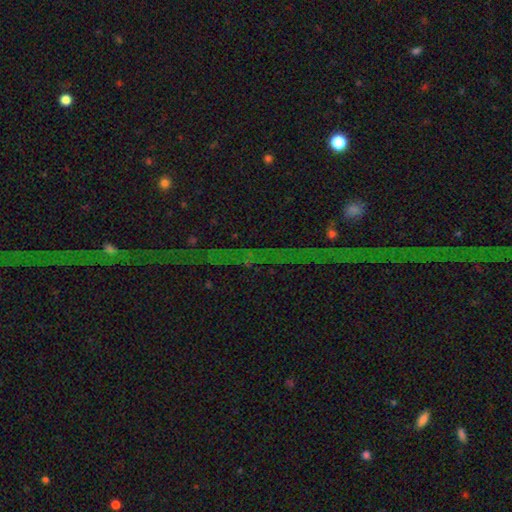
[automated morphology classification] star or artifact 79%, featured or disk 13%, smooth 8%.